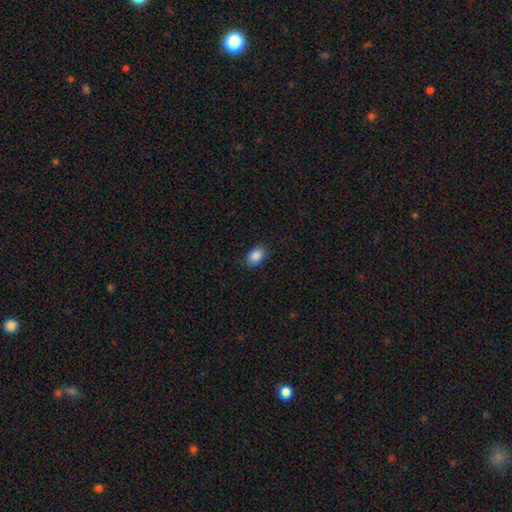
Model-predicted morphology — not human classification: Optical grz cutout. It shows a smooth galaxy with no disk features (88%) that is in between round and cigar-shaped (83%). Merging: none (86%).